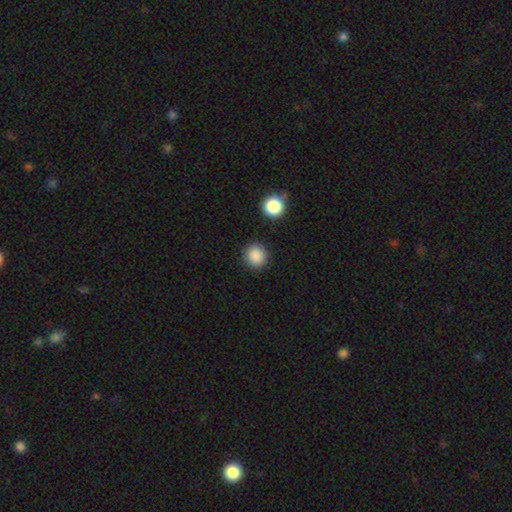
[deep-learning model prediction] Smooth or featured? smooth (87%)
How rounded? round (92%)
Merging? none (89%)